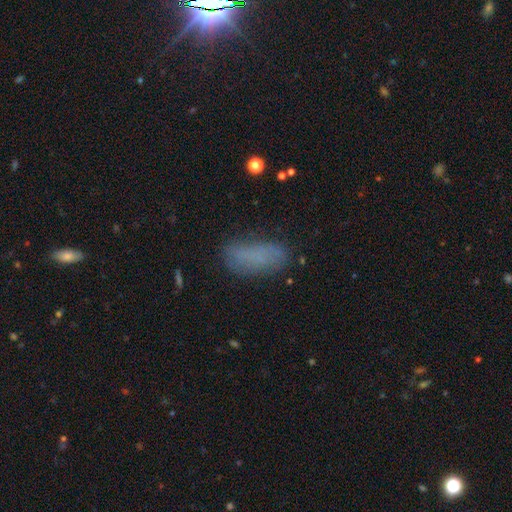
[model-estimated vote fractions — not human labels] Smooth or featured?
  - smooth: 73% *
  - featured or disk: 15%
  - star or artifact: 12%
How rounded?
  - in between: 82% *
  - cigar-shaped: 15%
  - round: 3%
Merging?
  - none: 68% *
  - minor disturbance: 21%
  - major disturbance: 9%
  - merger: 3%